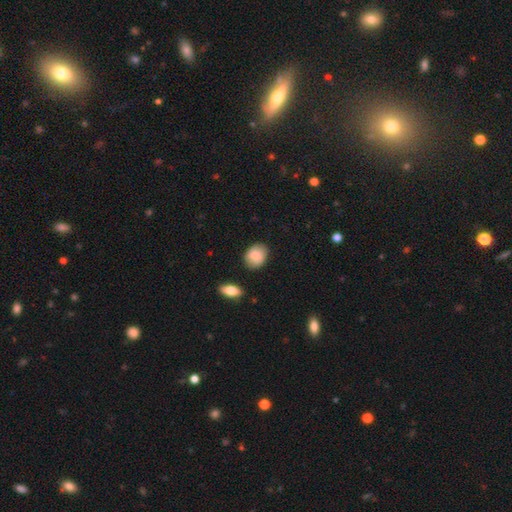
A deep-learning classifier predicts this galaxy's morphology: Overall: smooth (85%). How rounded: in between (55%; round 43%). Merging: none (84%).